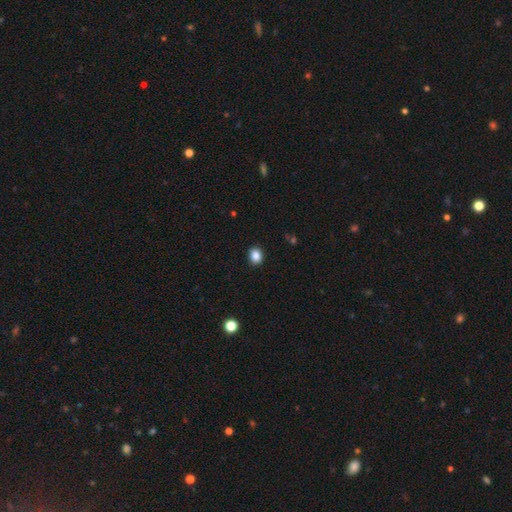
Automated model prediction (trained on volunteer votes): This appears to be a smooth galaxy with no disk features (87%) that is round (53%). Merging: none (91%).